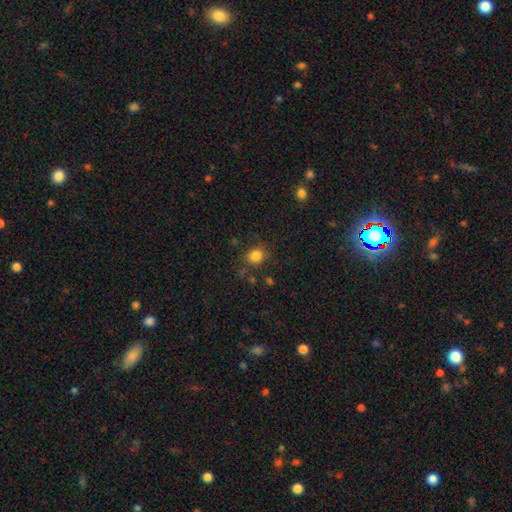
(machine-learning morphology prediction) Smooth or featured?
  - smooth: 83% *
  - star or artifact: 12%
  - featured or disk: 5%
How rounded?
  - round: 76% *
  - in between: 23%
  - cigar-shaped: 1%
Merging?
  - none: 79% *
  - minor disturbance: 12%
  - major disturbance: 5%
  - merger: 4%